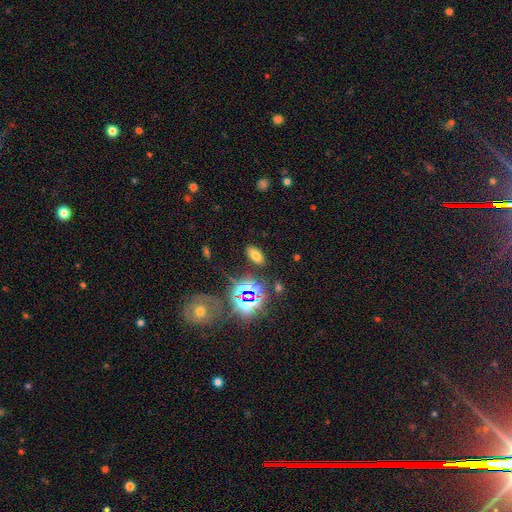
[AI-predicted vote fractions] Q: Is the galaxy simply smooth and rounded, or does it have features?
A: smooth — 61%.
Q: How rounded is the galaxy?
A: in between — 89%.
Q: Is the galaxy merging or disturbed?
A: none — 86%.